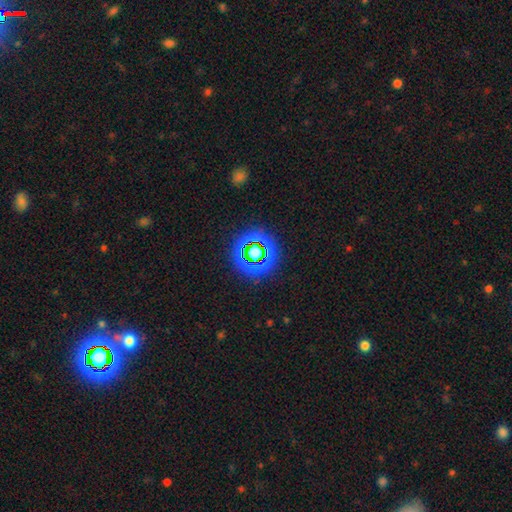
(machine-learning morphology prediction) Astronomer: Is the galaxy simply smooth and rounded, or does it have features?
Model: star or artifact — 61%.